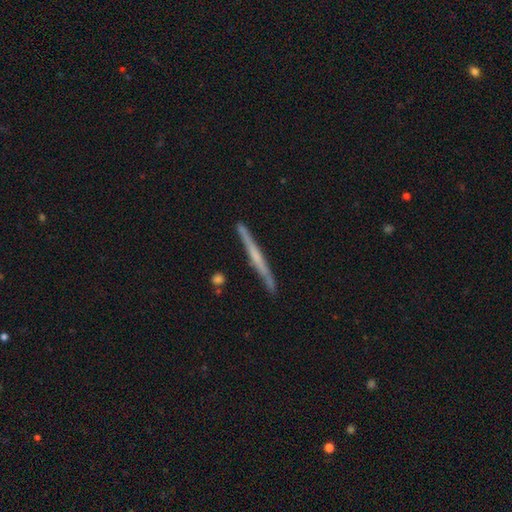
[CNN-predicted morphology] Q: Smooth or featured?
A: featured or disk (64%); runner-up: smooth (30%)
Q: Edge-on disk?
A: yes (98%); runner-up: no (2%)
Q: Edge-on bulge?
A: none (60%); runner-up: rounded (31%)
Q: Merging?
A: none (89%); runner-up: minor disturbance (8%)